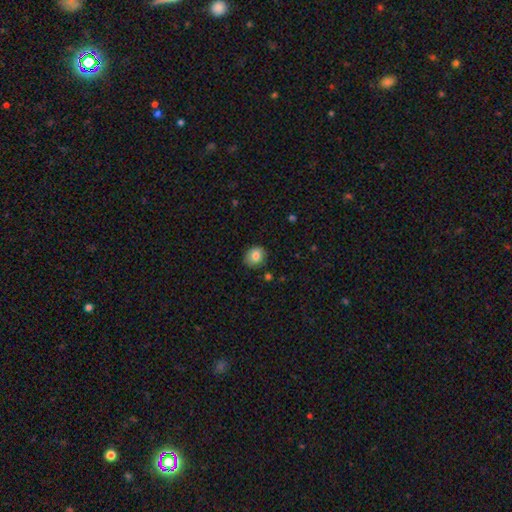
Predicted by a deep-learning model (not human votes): Q: Smooth or featured?
A: smooth (82%); runner-up: featured or disk (9%)
Q: How rounded?
A: round (61%); runner-up: in between (38%)
Q: Merging?
A: none (81%); runner-up: minor disturbance (14%)